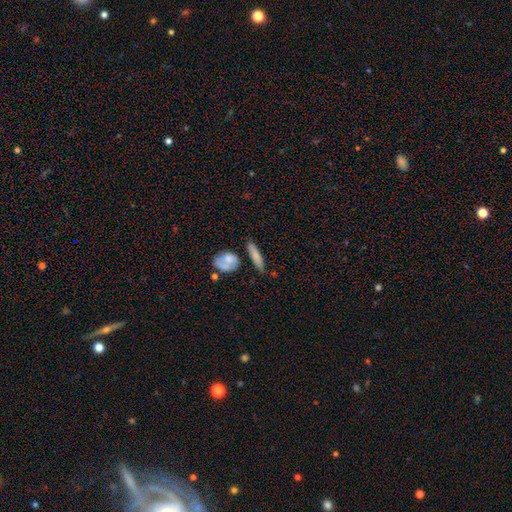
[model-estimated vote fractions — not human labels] The model was most divided on "how rounded": cigar-shaped: 70%, in between: 26%, round: 4%. More confident: smooth or featured — smooth (75%); merging — none (72%).